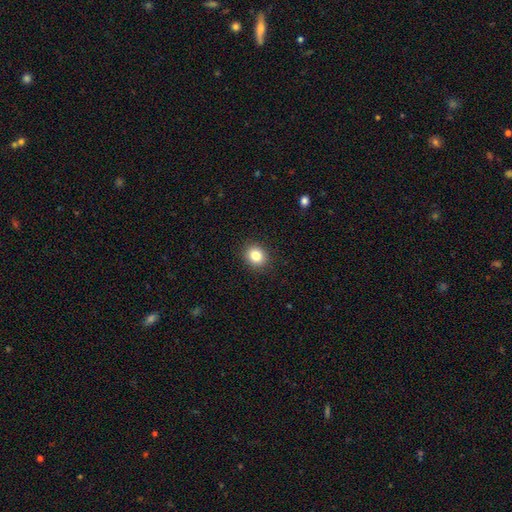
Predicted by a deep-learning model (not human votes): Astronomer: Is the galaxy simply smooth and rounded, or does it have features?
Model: smooth — 84%.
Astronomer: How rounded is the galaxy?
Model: round — 72%.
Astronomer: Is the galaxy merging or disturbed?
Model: none — 90%.